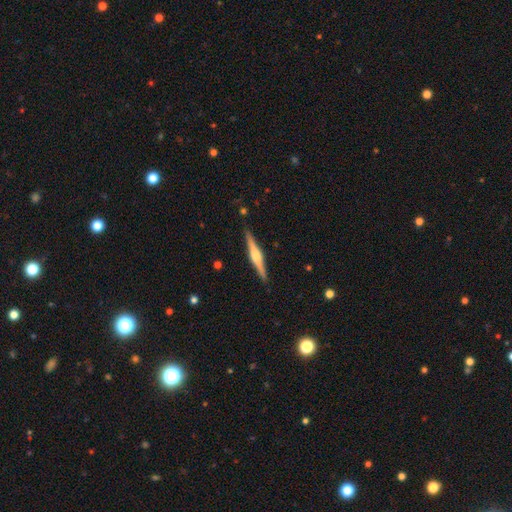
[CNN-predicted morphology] smooth-or-featured: featured or disk: 75% | smooth: 20% | star or artifact: 5%
  disk-edge-on: yes: 98% | no: 2%
    edge-on-bulge: rounded: 76% | boxy: 19% | none: 5%
  merging: none: 91% | minor disturbance: 7% | major disturbance: 1% | merger: 1%